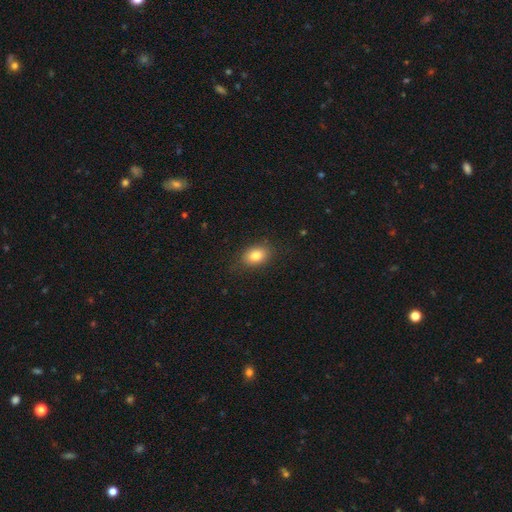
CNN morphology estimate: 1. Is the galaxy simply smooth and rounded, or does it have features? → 82% smooth, 9% star or artifact, 9% featured or disk.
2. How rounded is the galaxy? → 79% in between, 20% round, 1% cigar-shaped.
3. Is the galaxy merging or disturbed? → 84% none, 12% minor disturbance, 3% major disturbance, 1% merger.